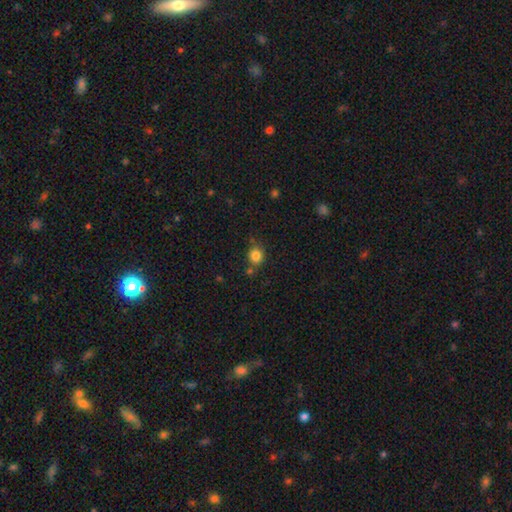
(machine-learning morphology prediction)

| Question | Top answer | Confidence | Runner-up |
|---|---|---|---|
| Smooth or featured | smooth | 83% | star or artifact (12%) |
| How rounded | round | 81% | in between (18%) |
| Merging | none | 73% | minor disturbance (14%) |